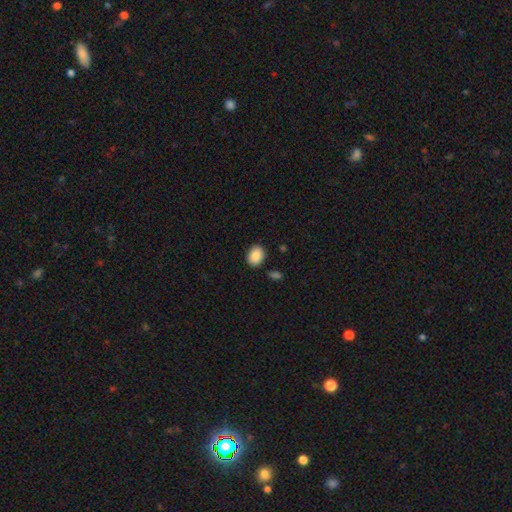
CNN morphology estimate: Smooth or featured?
  - smooth: 88% *
  - star or artifact: 7%
  - featured or disk: 5%
How rounded?
  - in between: 64% *
  - round: 35%
  - cigar-shaped: 1%
Merging?
  - none: 87% *
  - minor disturbance: 8%
  - merger: 2%
  - major disturbance: 2%